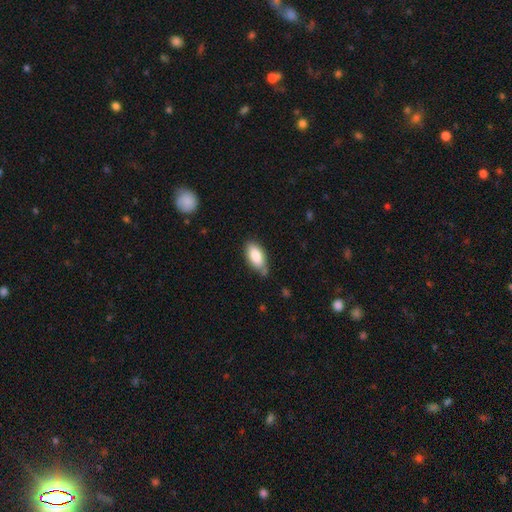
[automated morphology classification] smooth_or_featured: smooth (p=0.84) [alt: featured or disk p=0.09]
how_rounded: in between (p=0.91) [alt: cigar-shaped p=0.06]
merging: none (p=0.70) [alt: minor disturbance p=0.22]